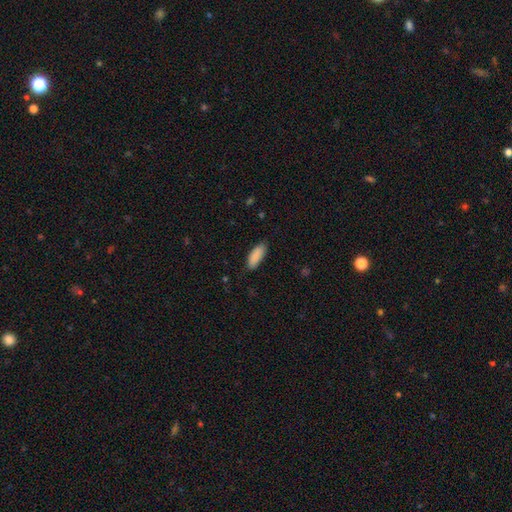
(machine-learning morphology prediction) This appears to be a smooth galaxy with no disk features (90%) that is in between round and cigar-shaped (77%). Merging: none (83%).